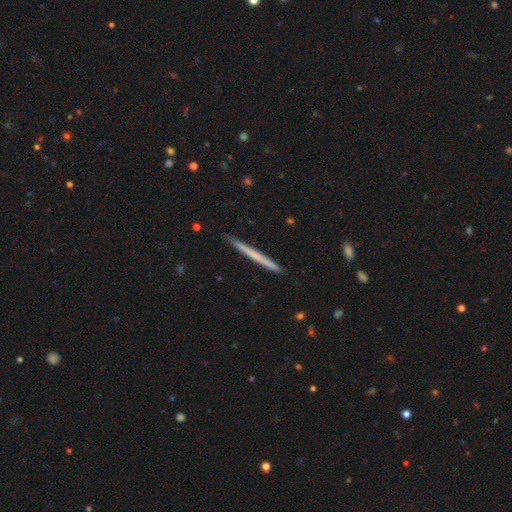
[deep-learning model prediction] smooth 50%, featured or disk 44%, star or artifact 5%. Down the decision tree: how rounded — cigar-shaped (97%); merging — none (91%).